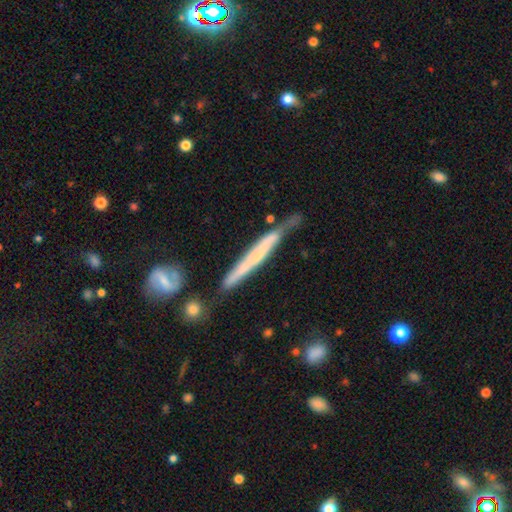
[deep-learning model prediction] smooth_or_featured: featured or disk (p=0.59) [alt: smooth p=0.34]
disk_edge_on: yes (p=0.86) [alt: no p=0.14]
edge_on_bulge: none (p=0.73) [alt: rounded p=0.15]
merging: none (p=0.59) [alt: minor disturbance p=0.27]